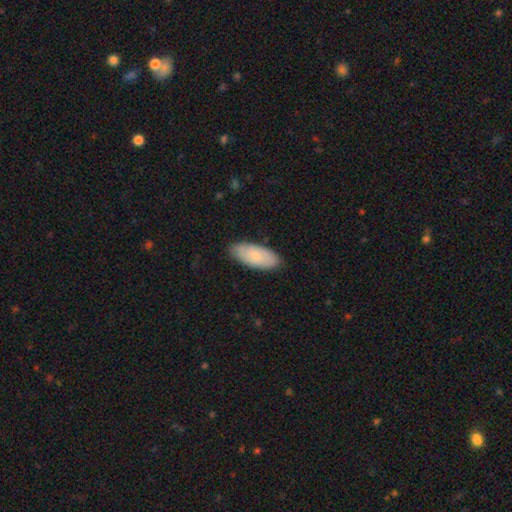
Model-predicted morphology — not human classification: This is likely a smooth galaxy (75%). How rounded: clearly in between (88%). Merging: clearly none (85%).